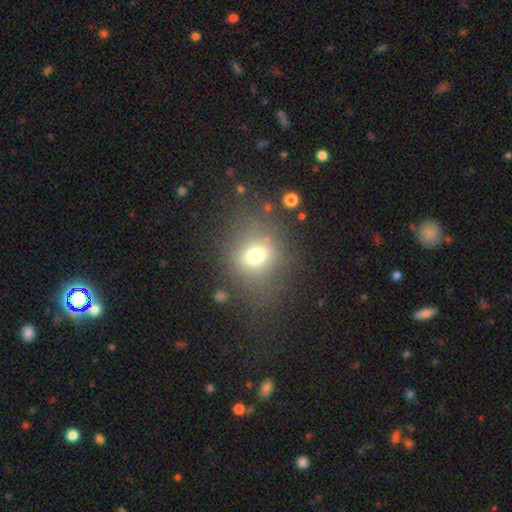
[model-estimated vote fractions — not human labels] Smooth or featured? Predicted: smooth (p=0.67). How rounded? Predicted: round (p=0.66). Merging? Predicted: none (p=0.70).